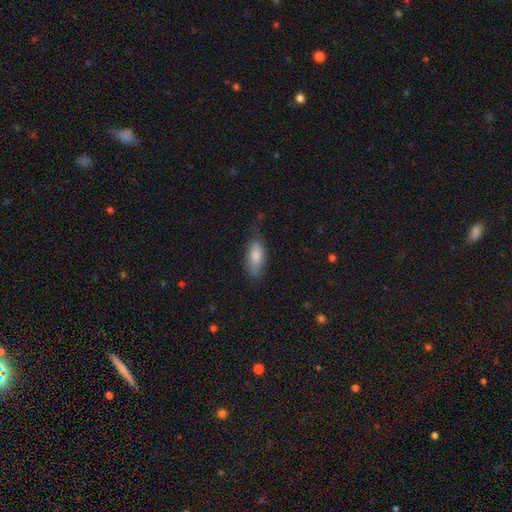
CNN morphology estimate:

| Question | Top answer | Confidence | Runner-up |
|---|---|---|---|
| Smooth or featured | smooth | 81% | featured or disk (13%) |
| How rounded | in between | 82% | cigar-shaped (16%) |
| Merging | none | 65% | minor disturbance (26%) |